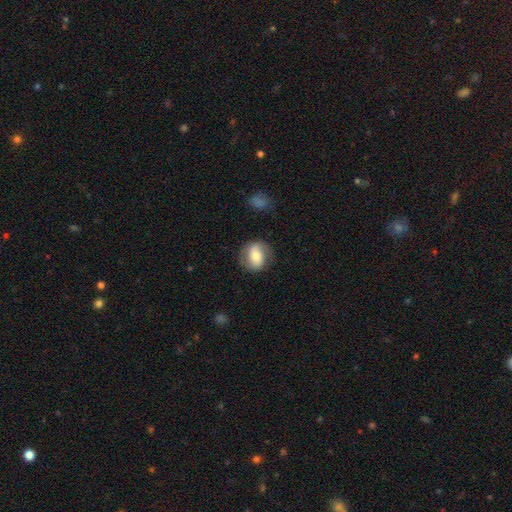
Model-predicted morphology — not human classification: smooth 59%, featured or disk 33%, star or artifact 7%. Down the decision tree: how rounded — round (54%); merging — none (75%).